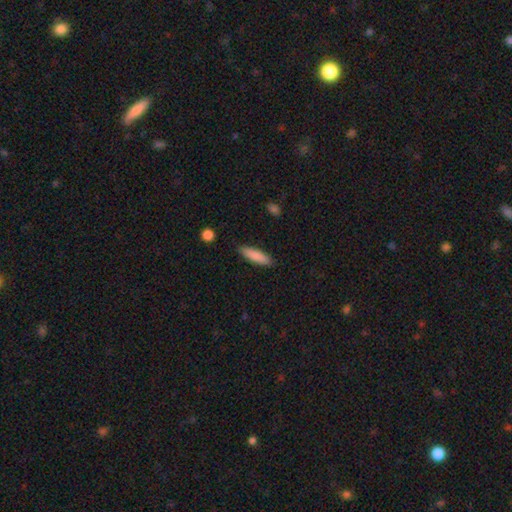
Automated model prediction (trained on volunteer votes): This appears to be a smooth galaxy with no disk features (85%) that is cigar-shaped (69%). Merging: none (88%).